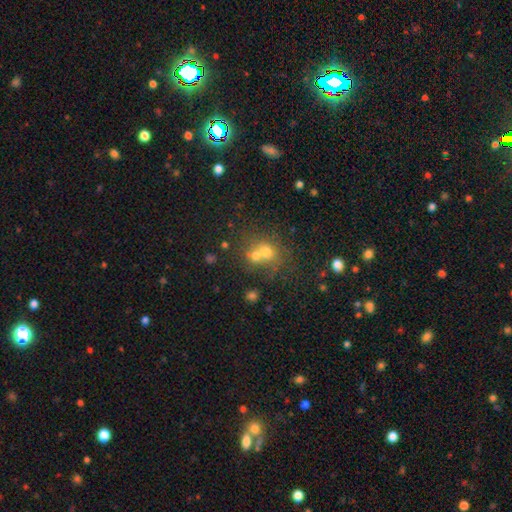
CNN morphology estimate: A smooth galaxy with no disk features (64%) that is round (71%).

Vote fractions:
- Smooth or featured? smooth: 64% / featured or disk: 19% / star or artifact: 17%
- How rounded? round: 71% / in between: 28% / cigar-shaped: 1%
- Merging? merger: 56% / none: 32% / minor disturbance: 7% / major disturbance: 5%